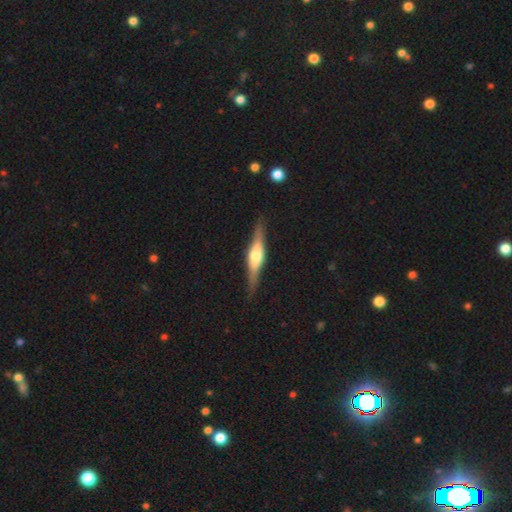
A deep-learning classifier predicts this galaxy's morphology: Overall: featured or disk (72%). Edge-on disk: yes (96%). Edge-on bulge: rounded (86%). Merging: none (86%).